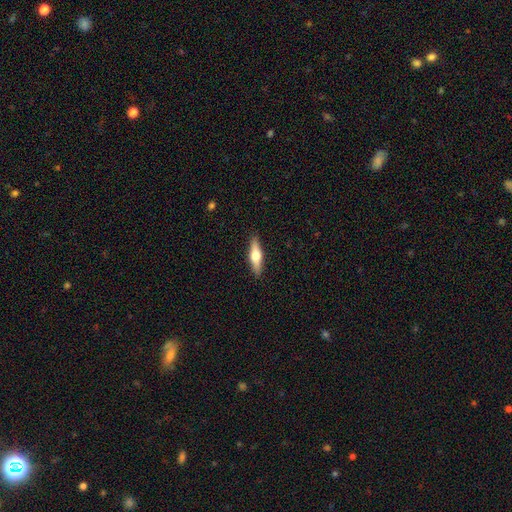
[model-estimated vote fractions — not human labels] Smooth or featured? featured or disk (51%)
Edge-on disk? yes (95%)
Merging? none (90%)